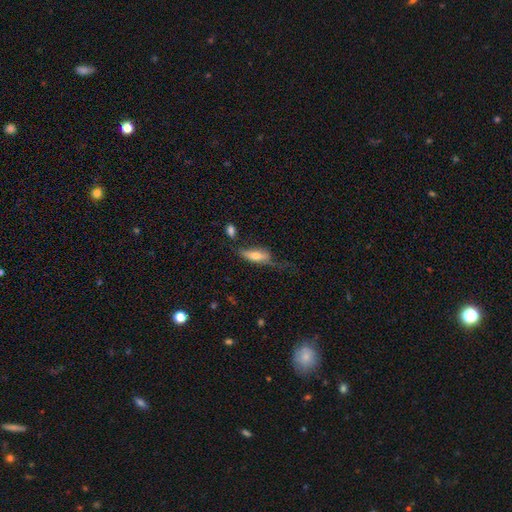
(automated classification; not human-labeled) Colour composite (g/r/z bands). It shows a smooth galaxy with no disk features (58%) that is in between round and cigar-shaped (61%). Merging: none (40%).